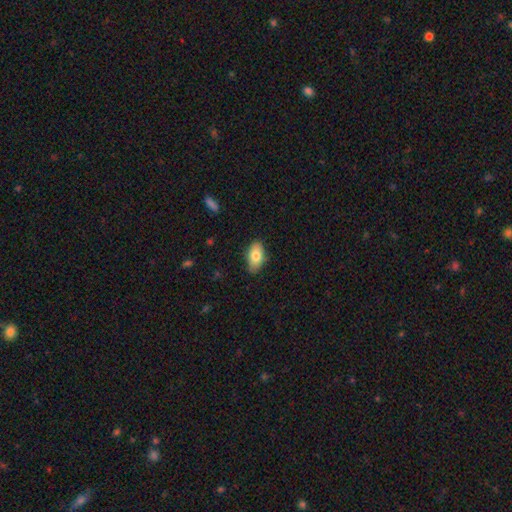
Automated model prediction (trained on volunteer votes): Q: Smooth or featured?
A: smooth (80%); runner-up: featured or disk (13%)
Q: How rounded?
A: in between (92%); runner-up: round (5%)
Q: Merging?
A: none (81%); runner-up: minor disturbance (16%)